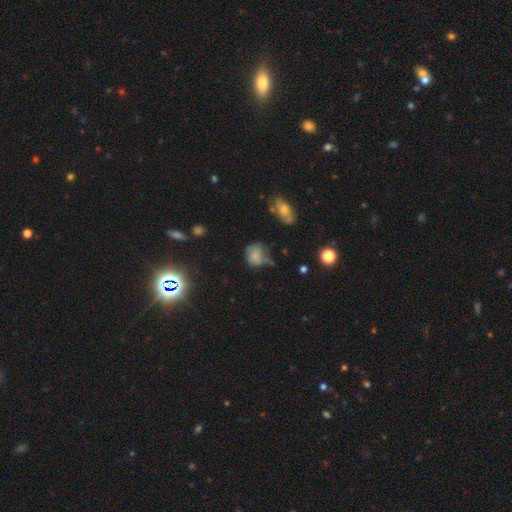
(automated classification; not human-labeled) Q: Smooth or featured?
A: smooth (64%); runner-up: featured or disk (22%)
Q: How rounded?
A: round (65%); runner-up: in between (34%)
Q: Merging?
A: none (41%); runner-up: minor disturbance (33%)